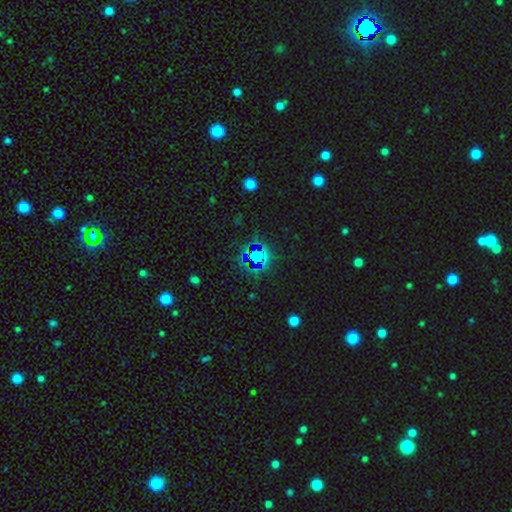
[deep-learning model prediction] Smooth or featured? Predicted: star or artifact (p=0.72).